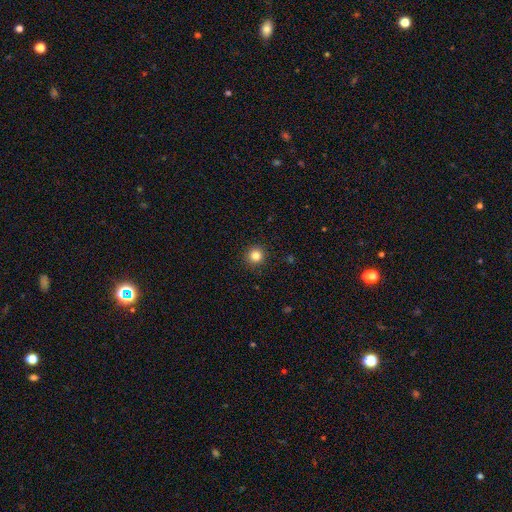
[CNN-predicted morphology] Smooth or featured? Predicted: smooth (p=0.84). How rounded? Predicted: round (p=0.95). Merging? Predicted: none (p=0.92).